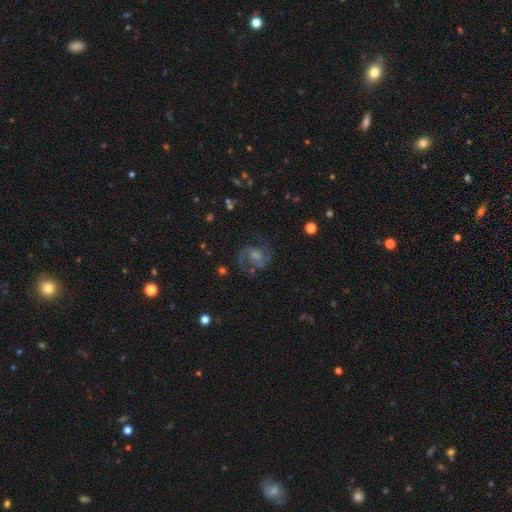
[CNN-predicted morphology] featured or disk 78%, smooth 12%, star or artifact 10%. Down the decision tree: edge-on disk — no (98%); bar — no (45%, tied with weak); spiral arms — yes (94%); spiral arm count — 2 (80%); spiral winding — medium (57%); bulge size — moderate (35%); merging — none (68%).